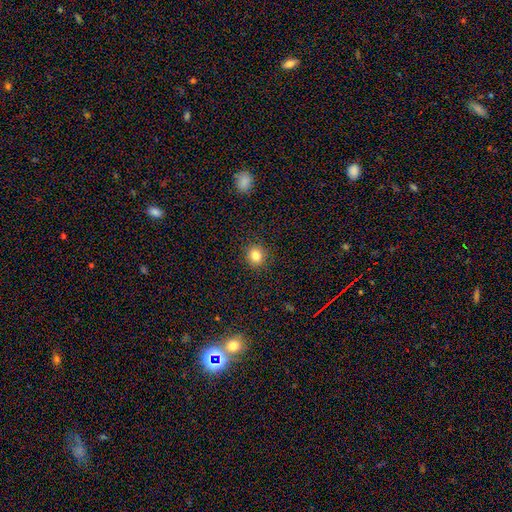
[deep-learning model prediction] Smooth or featured? smooth (82%)
How rounded? round (87%)
Merging? none (91%)